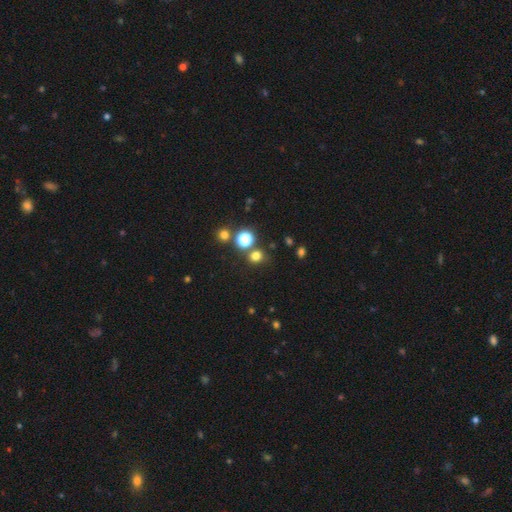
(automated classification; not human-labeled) Smooth or featured?
  - smooth: 71% *
  - star or artifact: 23%
  - featured or disk: 5%
How rounded?
  - round: 82% *
  - in between: 17%
  - cigar-shaped: 1%
Merging?
  - none: 77% *
  - merger: 10%
  - minor disturbance: 9%
  - major disturbance: 4%